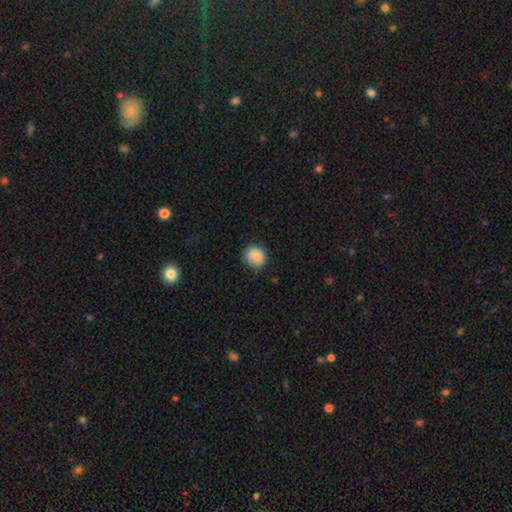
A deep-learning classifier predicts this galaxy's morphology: Smooth or featured?
  - smooth: 85% *
  - star or artifact: 8%
  - featured or disk: 6%
How rounded?
  - round: 78% *
  - in between: 21%
  - cigar-shaped: 1%
Merging?
  - none: 77% *
  - minor disturbance: 18%
  - major disturbance: 3%
  - merger: 1%